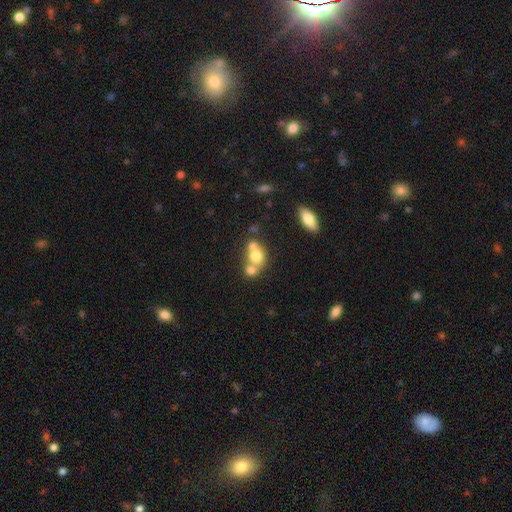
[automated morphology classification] Smooth or featured: smooth — 68% (featured or disk — 21%)
How rounded: round — 66% (in between — 32%)
Merging: merger — 58% (none — 31%)